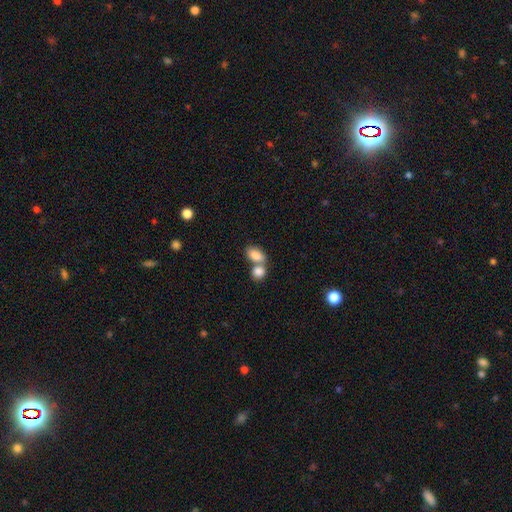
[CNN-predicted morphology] The model was most divided on "merging": merger: 58%, none: 31%, minor disturbance: 8%, major disturbance: 3%. More confident: how rounded — in between (86%); smooth or featured — smooth (84%).